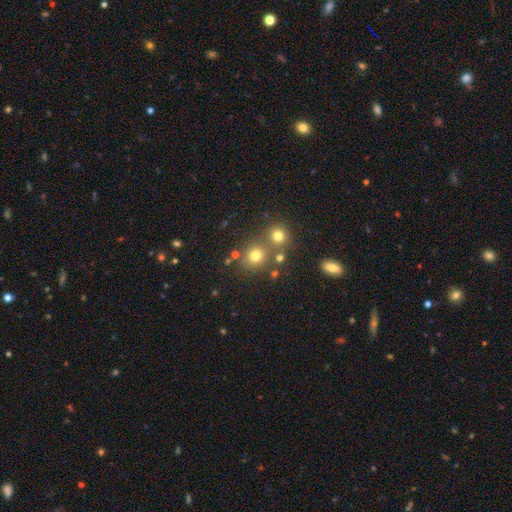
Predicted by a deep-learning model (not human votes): A smooth galaxy with no disk features (71%) that is round (85%). Merging: none (69%).